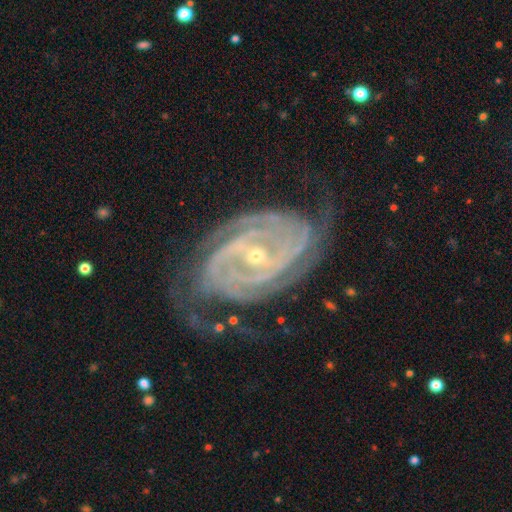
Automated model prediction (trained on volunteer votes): This appears to be a featured or disk galaxy (92%) with no bar (39%), 2 (31%) tight (76%) spiral arms (98%) and a small central bulge (68%). Merging: none (68%).